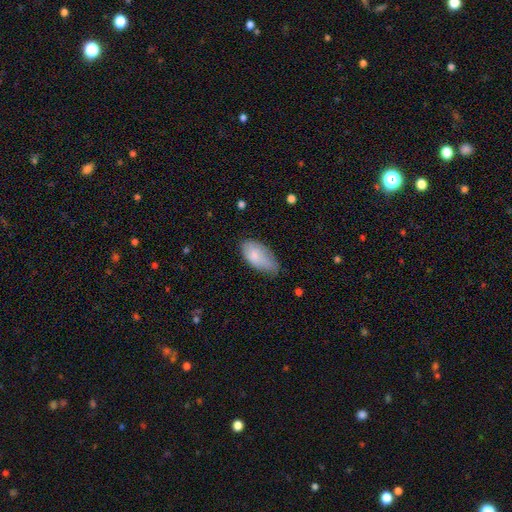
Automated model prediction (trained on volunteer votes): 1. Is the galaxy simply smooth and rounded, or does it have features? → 80% smooth, 14% featured or disk, 6% star or artifact.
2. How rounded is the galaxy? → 93% in between, 4% cigar-shaped, 3% round.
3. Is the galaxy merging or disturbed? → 44% none, 43% minor disturbance, 11% major disturbance, 2% merger.